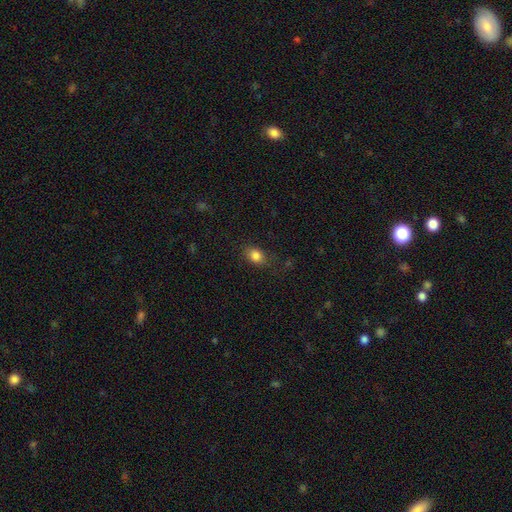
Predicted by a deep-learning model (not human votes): smooth 83%, star or artifact 10%, featured or disk 6%. Down the decision tree: how rounded — in between (65%); merging — none (78%).